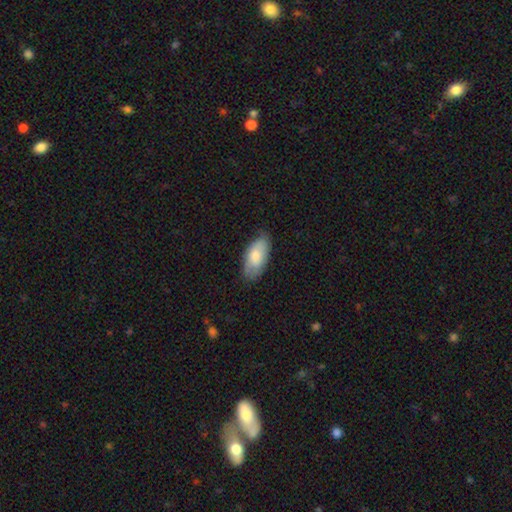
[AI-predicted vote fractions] A smooth galaxy with no disk features (74%) that is in between round and cigar-shaped (92%).

Vote fractions:
- Smooth or featured? smooth: 74% / featured or disk: 20% / star or artifact: 6%
- How rounded? in between: 92% / cigar-shaped: 6% / round: 2%
- Merging? none: 74% / minor disturbance: 21% / major disturbance: 4% / merger: 1%